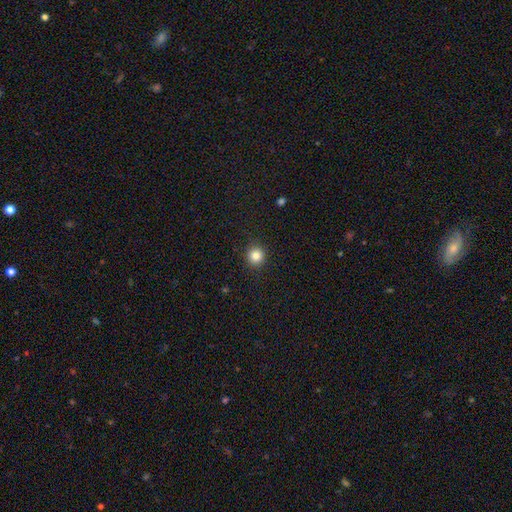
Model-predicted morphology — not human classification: This is clearly a smooth galaxy (84%). How rounded: clearly round (93%). Merging: clearly none (92%).